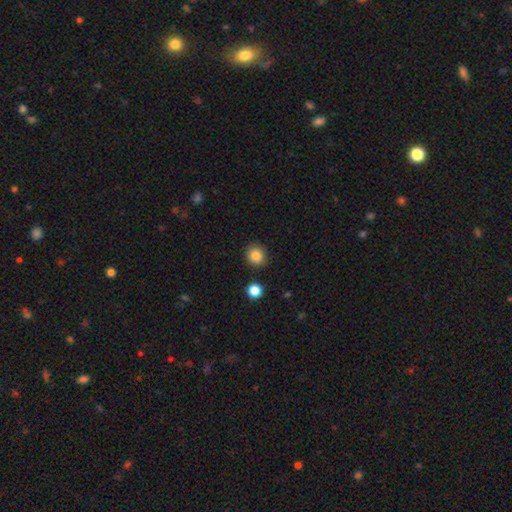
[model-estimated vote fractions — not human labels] This appears to be a smooth galaxy with no disk features (86%) that is round (86%). Merging: none (88%).